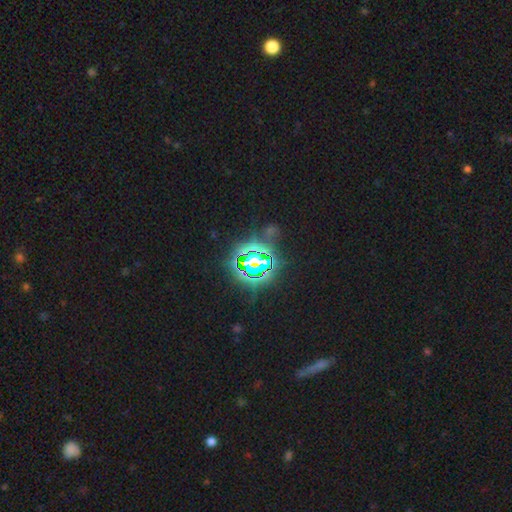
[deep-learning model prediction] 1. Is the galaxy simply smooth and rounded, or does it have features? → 81% star or artifact, 11% smooth, 9% featured or disk.